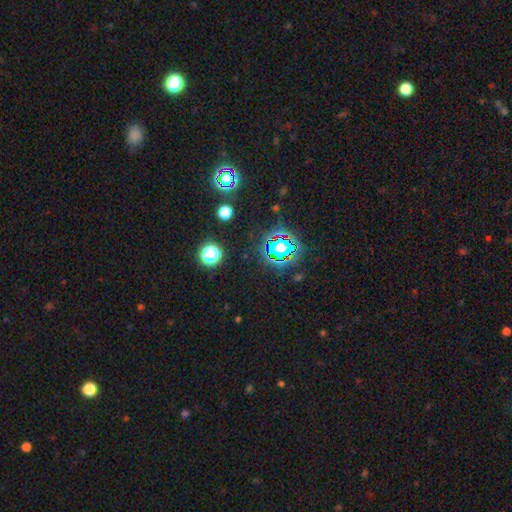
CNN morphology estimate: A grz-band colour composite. It shows a star or artifact, not a galaxy (80%).